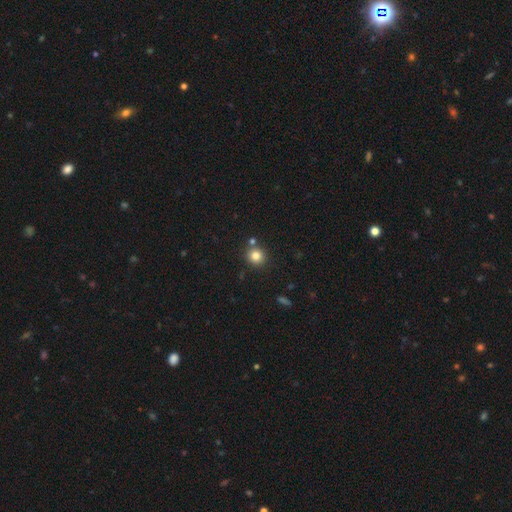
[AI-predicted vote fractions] A smooth galaxy with no disk features (81%) that is round (91%). Merging: none (78%).